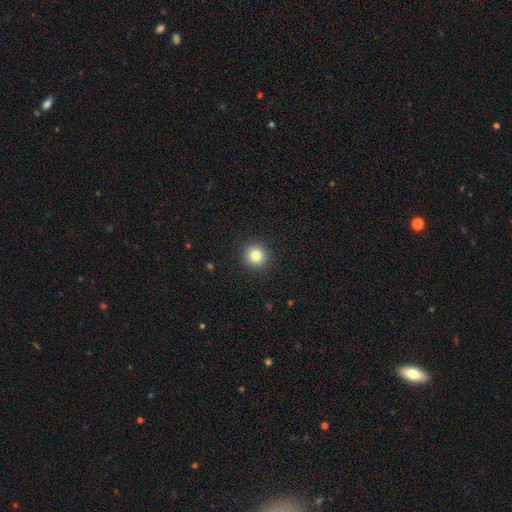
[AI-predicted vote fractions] smooth_or_featured: smooth (p=0.82) [alt: star or artifact p=0.11]
how_rounded: round (p=0.91) [alt: in between p=0.08]
merging: none (p=0.92) [alt: minor disturbance p=0.05]